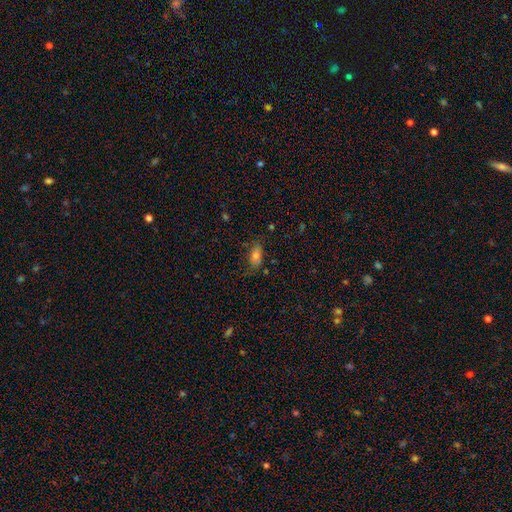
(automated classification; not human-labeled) Q: Smooth or featured?
A: smooth (74%); runner-up: featured or disk (14%)
Q: How rounded?
A: in between (84%); runner-up: cigar-shaped (11%)
Q: Merging?
A: none (68%); runner-up: minor disturbance (23%)